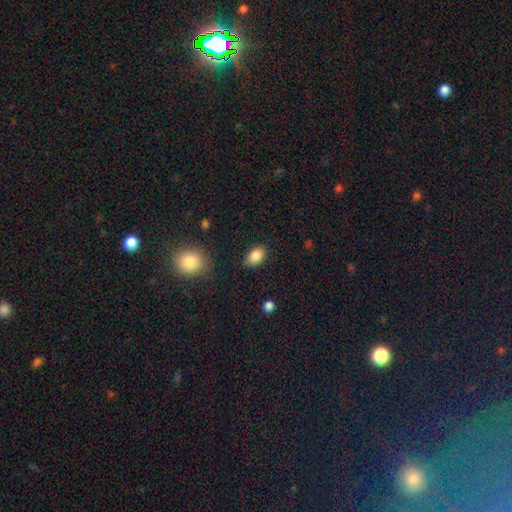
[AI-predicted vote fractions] Smooth or featured?
  - smooth: 86% *
  - star or artifact: 9%
  - featured or disk: 5%
How rounded?
  - in between: 86% *
  - round: 13%
  - cigar-shaped: 2%
Merging?
  - none: 82% *
  - minor disturbance: 13%
  - major disturbance: 3%
  - merger: 2%